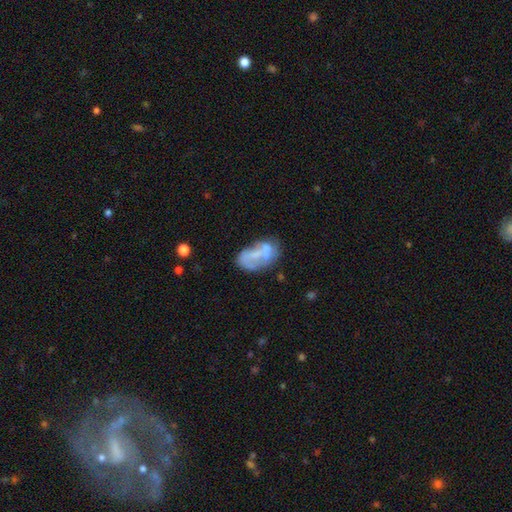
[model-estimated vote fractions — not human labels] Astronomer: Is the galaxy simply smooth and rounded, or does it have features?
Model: featured or disk — 52% (runner-up: smooth, 39%).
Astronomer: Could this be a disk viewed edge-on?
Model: no — 96%.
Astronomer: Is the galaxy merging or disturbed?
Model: none — 43% (runner-up: minor disturbance, 25%).